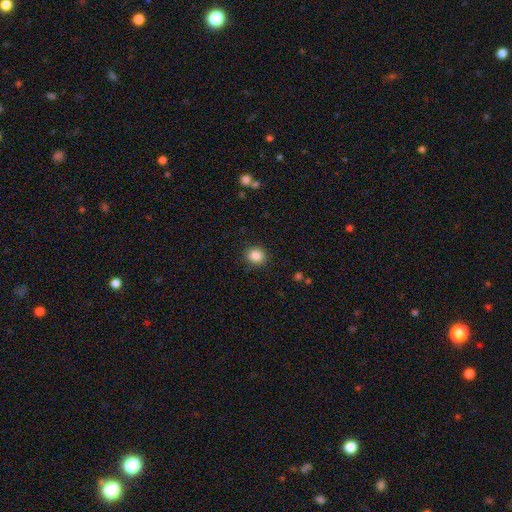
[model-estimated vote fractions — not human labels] Overall: smooth (87%). How rounded: round (82%). Merging: none (90%).